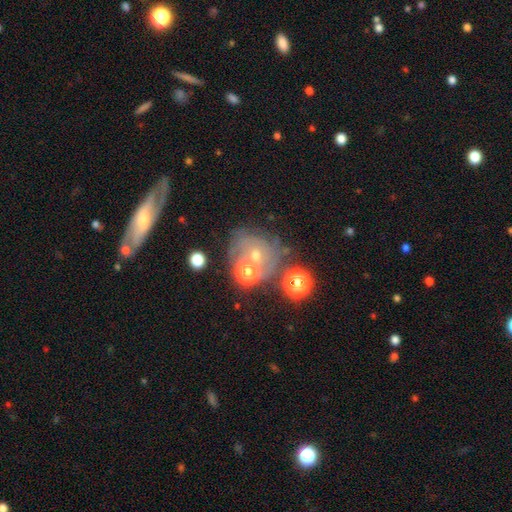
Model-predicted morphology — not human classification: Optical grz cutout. It shows a featured or disk galaxy (41%). Merging: none (52%).